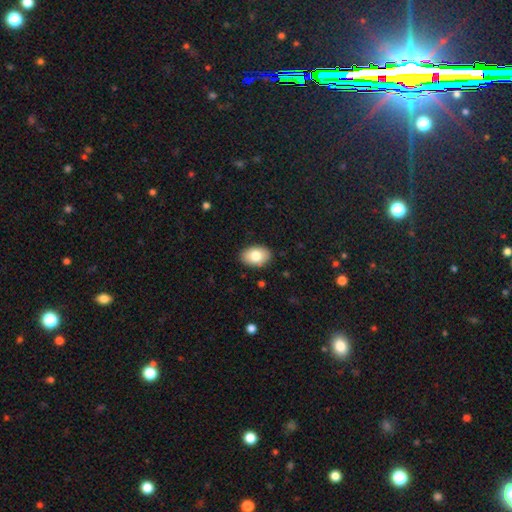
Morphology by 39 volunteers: Smooth or featured? 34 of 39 (87%) said smooth. How rounded? 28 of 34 (82%) said in between. Merging? 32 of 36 (89%) said none.